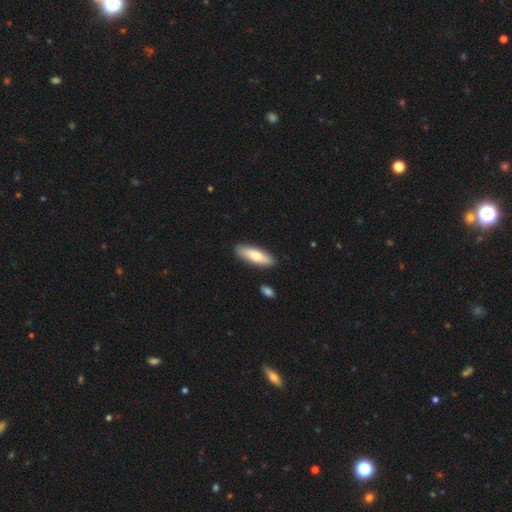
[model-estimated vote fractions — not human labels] Smooth or featured? smooth (73%)
How rounded? cigar-shaped (50%)
Merging? none (87%)